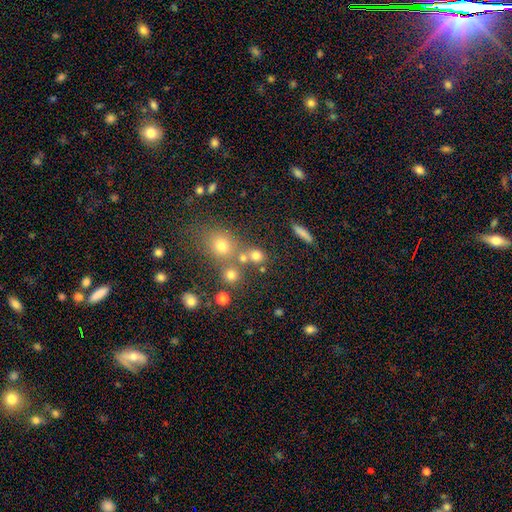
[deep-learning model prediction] smooth_or_featured: smooth (p=0.73) [alt: star or artifact p=0.17]
how_rounded: round (p=0.80) [alt: in between p=0.18]
merging: none (p=0.62) [alt: merger p=0.24]